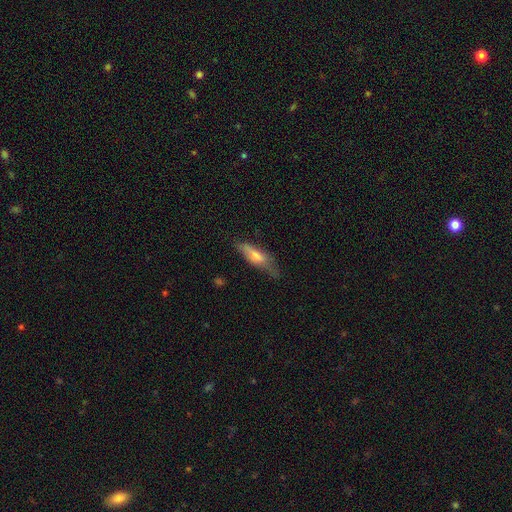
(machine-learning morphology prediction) A smooth galaxy with no disk features (58%) that is cigar-shaped (56%).

Vote fractions:
- Smooth or featured? smooth: 58% / featured or disk: 34% / star or artifact: 8%
- How rounded? cigar-shaped: 56% / in between: 42% / round: 2%
- Merging? none: 54% / minor disturbance: 31% / major disturbance: 13% / merger: 2%